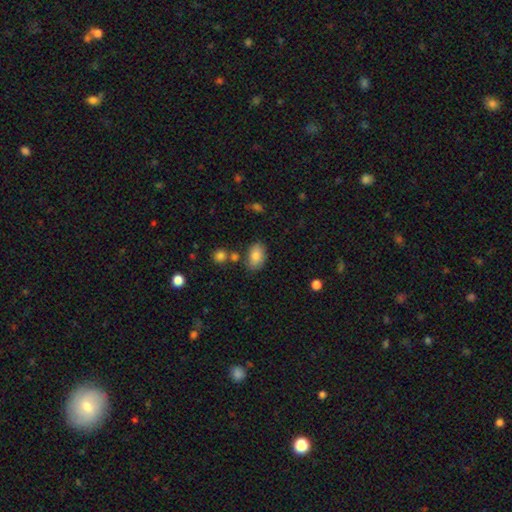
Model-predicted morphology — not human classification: The model was most divided on "merging": none: 77%, minor disturbance: 13%, merger: 7%, major disturbance: 3%. More confident: how rounded — in between (89%); smooth or featured — smooth (82%).